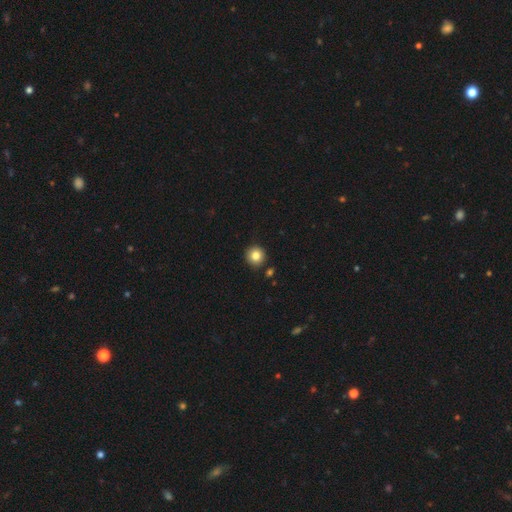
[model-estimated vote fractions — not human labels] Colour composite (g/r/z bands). It shows a smooth galaxy with no disk features (84%) that is round (94%). Merging: none (89%).